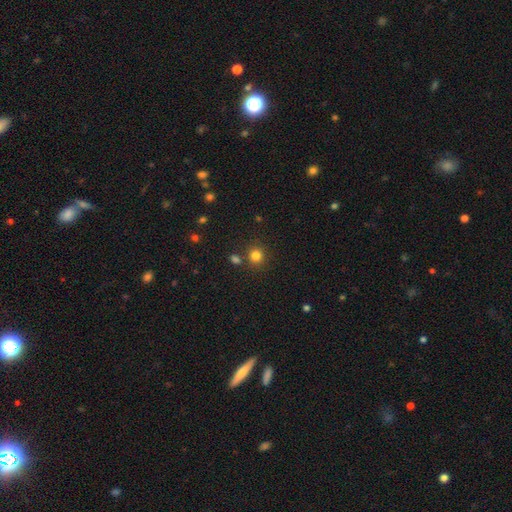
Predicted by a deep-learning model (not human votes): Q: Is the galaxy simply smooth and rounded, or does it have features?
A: smooth — 81%.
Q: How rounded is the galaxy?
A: round — 88%.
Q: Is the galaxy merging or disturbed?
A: none — 81%.